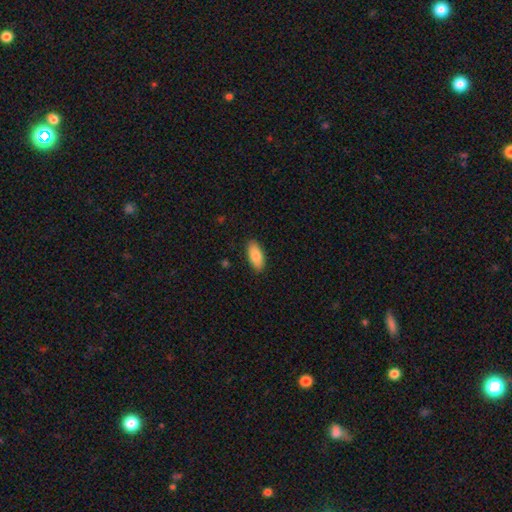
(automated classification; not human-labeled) A smooth galaxy with no disk features (82%) that is in between round and cigar-shaped (88%).

Vote fractions:
- Smooth or featured? smooth: 82% / featured or disk: 12% / star or artifact: 6%
- How rounded? in between: 88% / cigar-shaped: 10% / round: 2%
- Merging? none: 87% / minor disturbance: 10% / major disturbance: 2% / merger: 1%